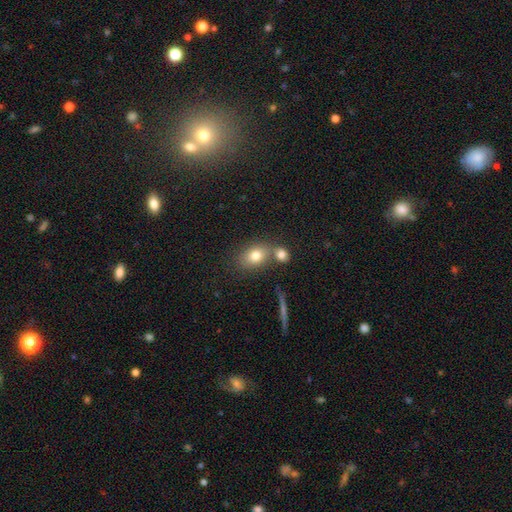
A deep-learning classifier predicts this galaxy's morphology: Smooth or featured? smooth (78%)
How rounded? in between (69%)
Merging? none (53%)